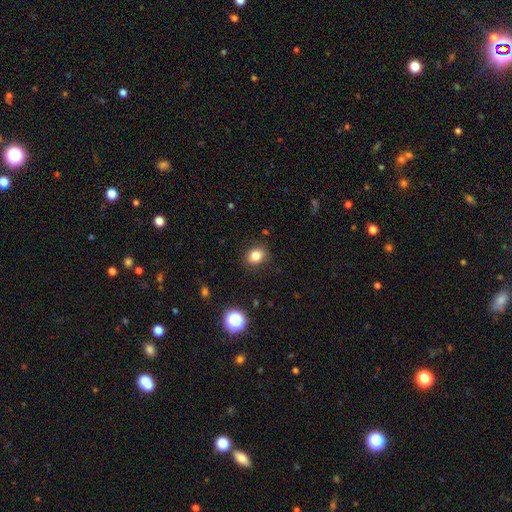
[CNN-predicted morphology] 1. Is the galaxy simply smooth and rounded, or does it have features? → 83% smooth, 11% star or artifact, 6% featured or disk.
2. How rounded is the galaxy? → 52% round, 47% in between, 1% cigar-shaped.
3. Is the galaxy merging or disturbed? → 88% none, 9% minor disturbance, 3% major disturbance, 1% merger.